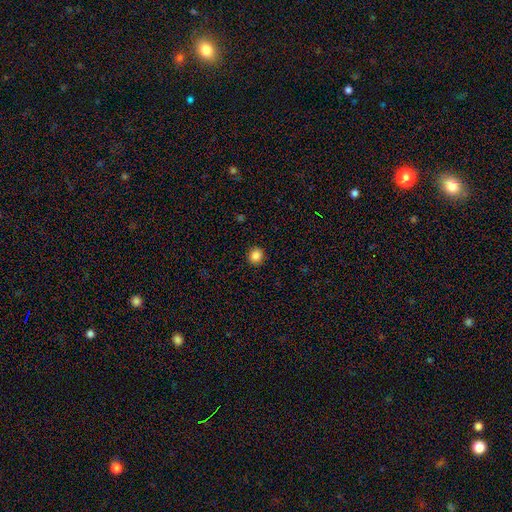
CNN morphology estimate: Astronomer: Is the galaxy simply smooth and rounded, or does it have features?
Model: smooth — 86%.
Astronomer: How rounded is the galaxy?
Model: round — 90%.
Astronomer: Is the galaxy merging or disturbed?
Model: none — 92%.